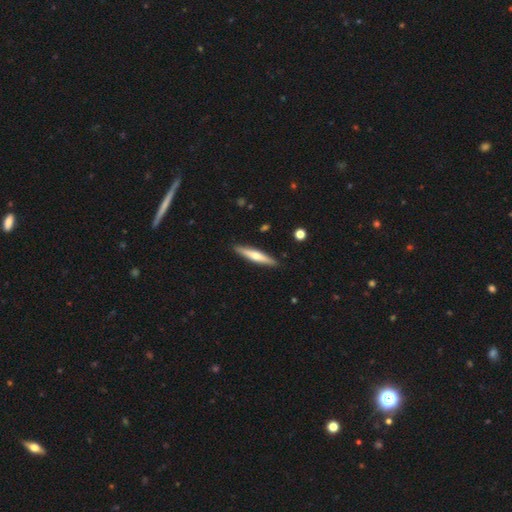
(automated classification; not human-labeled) Overall: smooth (48%; featured or disk 47%). Merging: none (90%).